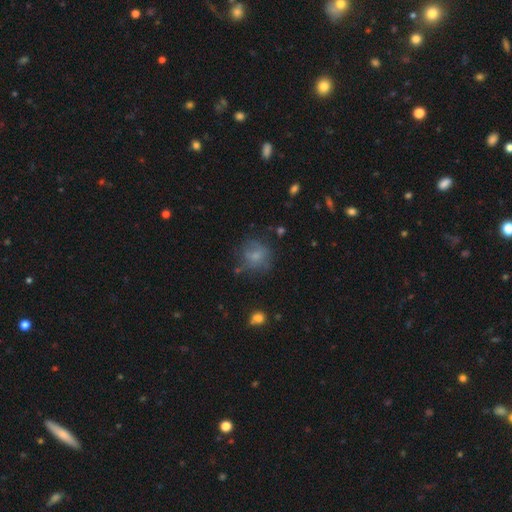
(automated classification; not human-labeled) smooth_or_featured: smooth (p=0.66) [alt: featured or disk p=0.21]
how_rounded: round (p=0.76) [alt: in between p=0.23]
merging: none (p=0.56) [alt: minor disturbance p=0.24]